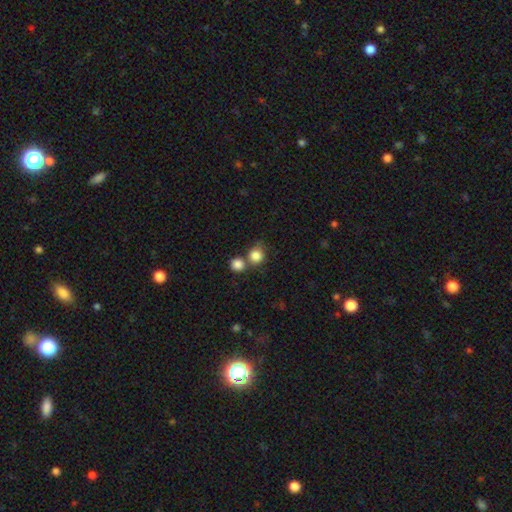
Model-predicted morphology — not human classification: The model was most divided on "merging": none: 48%, merger: 38%, minor disturbance: 10%, major disturbance: 5%. More confident: smooth or featured — smooth (84%); how rounded — round (81%).